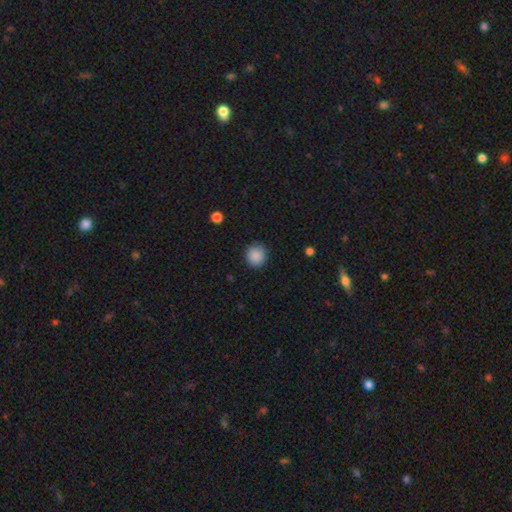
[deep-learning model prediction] A smooth galaxy with no disk features (88%) that is round (92%).

Vote fractions:
- Smooth or featured? smooth: 88% / star or artifact: 9% / featured or disk: 3%
- How rounded? round: 92% / in between: 7% / cigar-shaped: 1%
- Merging? none: 89% / minor disturbance: 8% / major disturbance: 2% / merger: 1%